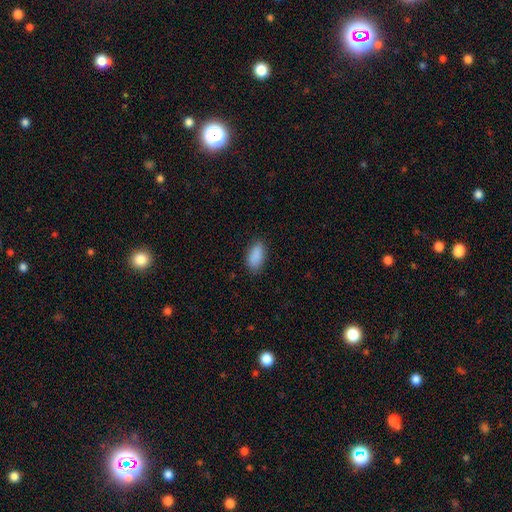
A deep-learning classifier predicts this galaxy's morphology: type=smooth (89%); roundness=in between (91%); merging=none (82%).